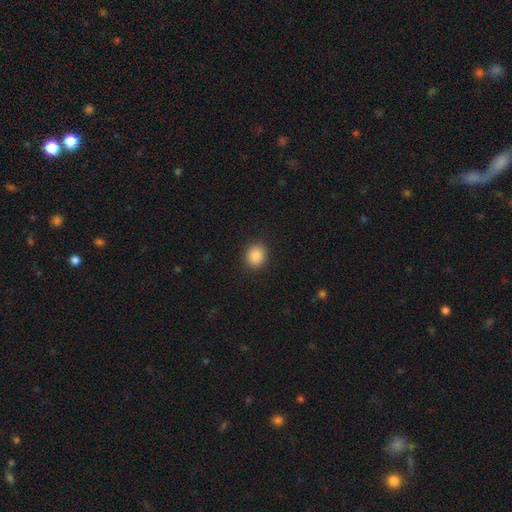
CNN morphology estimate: smooth_or_featured: smooth (p=0.88) [alt: star or artifact p=0.09]
how_rounded: round (p=0.74) [alt: in between p=0.25]
merging: none (p=0.90) [alt: minor disturbance p=0.07]